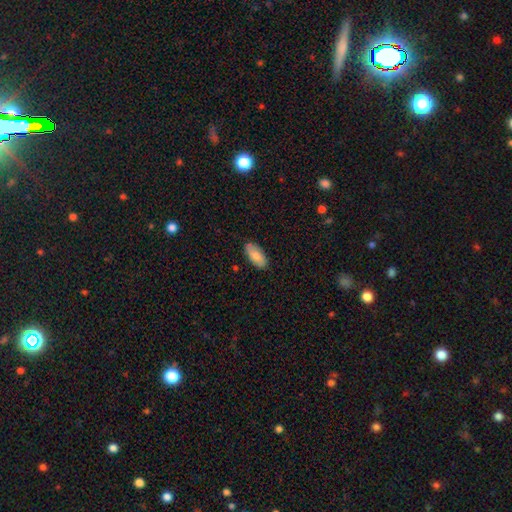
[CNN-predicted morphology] smooth 84%, featured or disk 10%, star or artifact 6%. Down the decision tree: how rounded — in between (90%); merging — none (86%).